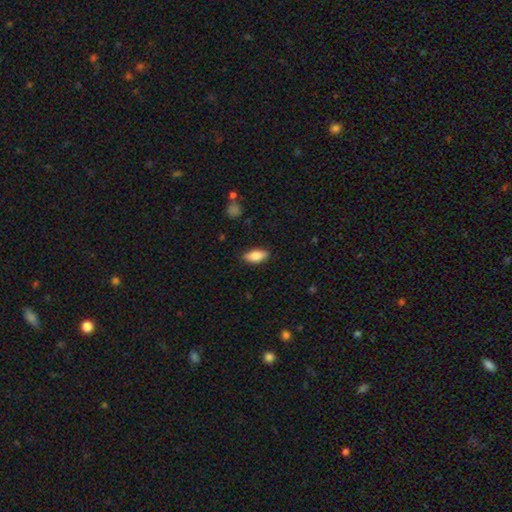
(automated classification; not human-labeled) Morphology: type=smooth (82%); roundness=in between (87%); merging=none (86%).